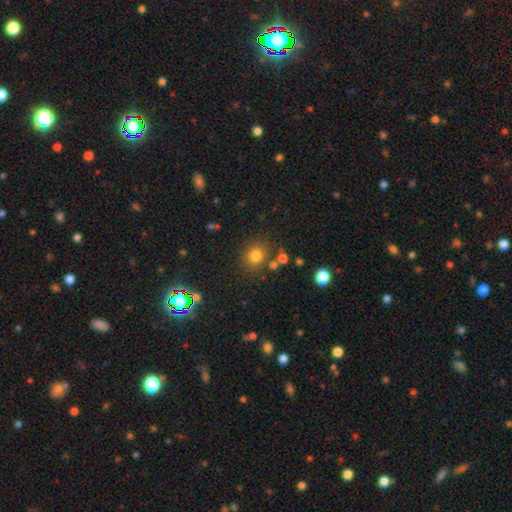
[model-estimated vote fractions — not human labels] The model was most divided on "how rounded": round: 77%, in between: 22%, cigar-shaped: 1%. More confident: smooth or featured — smooth (77%); merging — none (76%).